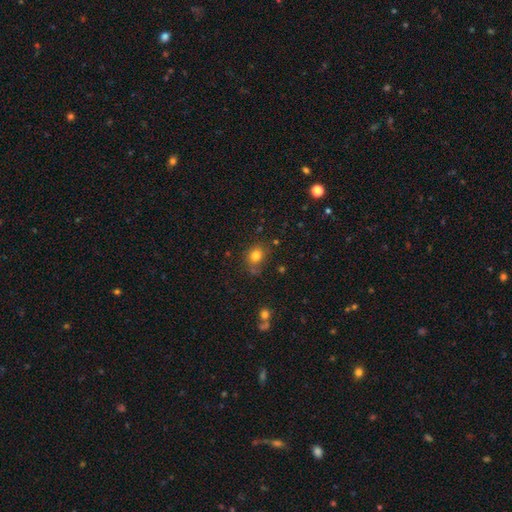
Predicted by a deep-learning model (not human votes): Smooth or featured?
  - smooth: 80% *
  - star or artifact: 13%
  - featured or disk: 7%
How rounded?
  - round: 65% *
  - in between: 34%
  - cigar-shaped: 1%
Merging?
  - none: 73% *
  - minor disturbance: 16%
  - merger: 6%
  - major disturbance: 5%